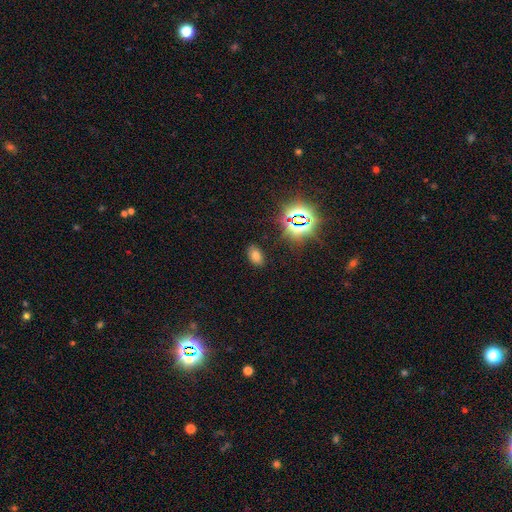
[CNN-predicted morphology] Overall: smooth (68%). How rounded: in between (87%). Merging: none (85%).